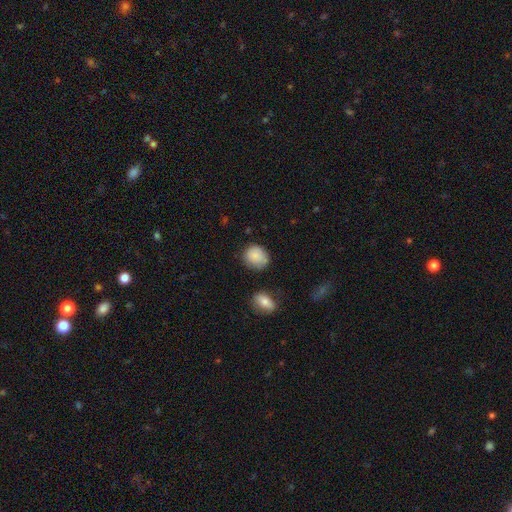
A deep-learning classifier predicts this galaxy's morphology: Smooth or featured? Predicted: smooth (p=0.86). How rounded? Predicted: round (p=0.76). Merging? Predicted: none (p=0.69).